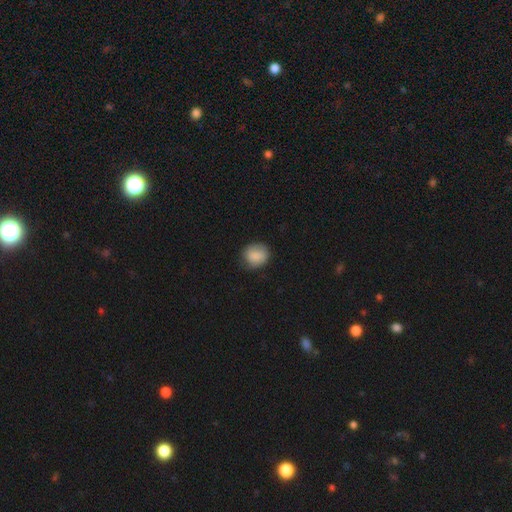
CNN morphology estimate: A smooth galaxy with no disk features (85%) that is round (73%). Merging: none (77%).